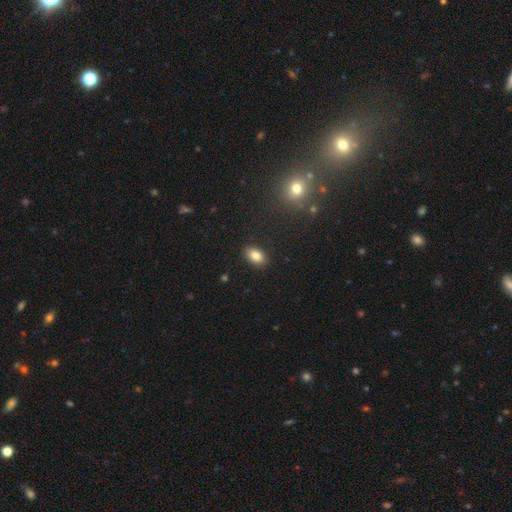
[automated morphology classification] This appears to be a smooth galaxy with no disk features (83%) that is in between round and cigar-shaped (89%). Merging: none (89%).